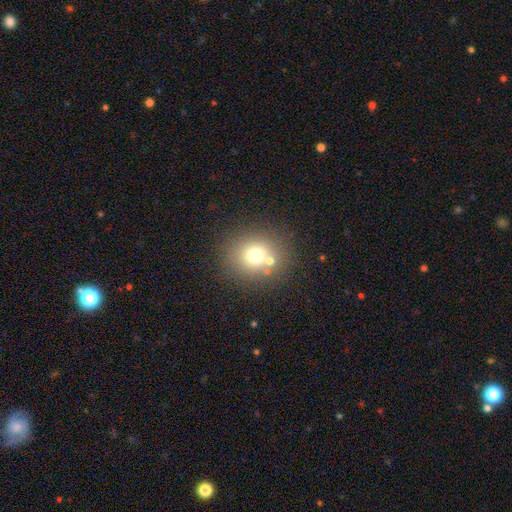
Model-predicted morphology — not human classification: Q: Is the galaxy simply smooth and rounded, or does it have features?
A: smooth — 69%.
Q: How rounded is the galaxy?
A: round — 81%.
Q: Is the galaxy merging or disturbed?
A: none — 71%.